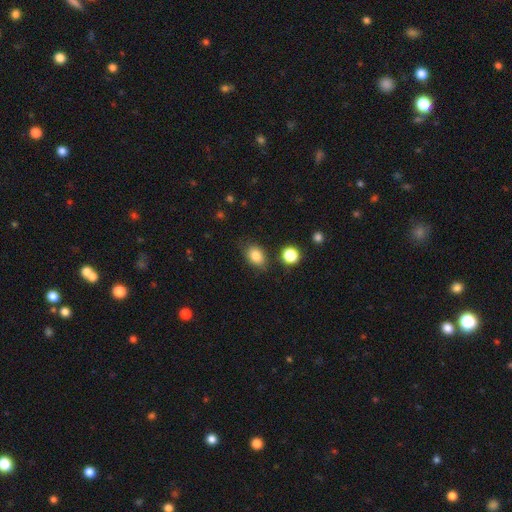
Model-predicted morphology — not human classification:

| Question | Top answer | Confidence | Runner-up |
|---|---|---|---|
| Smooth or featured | smooth | 85% | star or artifact (9%) |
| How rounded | in between | 76% | round (23%) |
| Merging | none | 76% | minor disturbance (16%) |